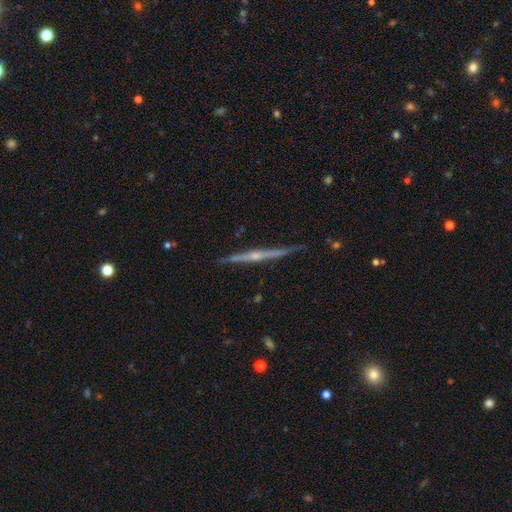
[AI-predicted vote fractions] Overall: featured or disk (83%). Edge-on disk: yes (98%). Edge-on bulge: rounded (75%). Merging: none (89%).